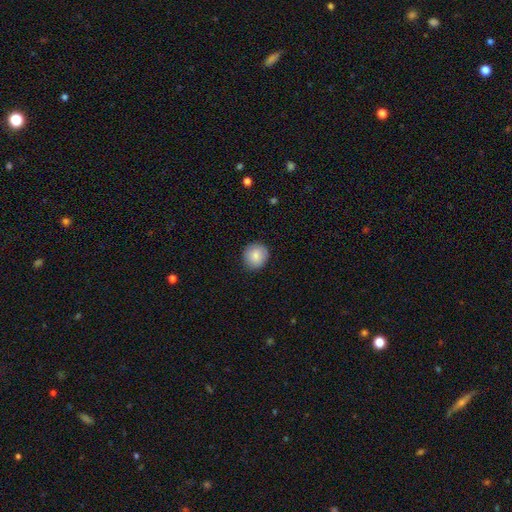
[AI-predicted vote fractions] Smooth or featured?
  - smooth: 85% *
  - star or artifact: 8%
  - featured or disk: 7%
How rounded?
  - round: 87% *
  - in between: 12%
  - cigar-shaped: 1%
Merging?
  - none: 88% *
  - minor disturbance: 9%
  - major disturbance: 2%
  - merger: 1%